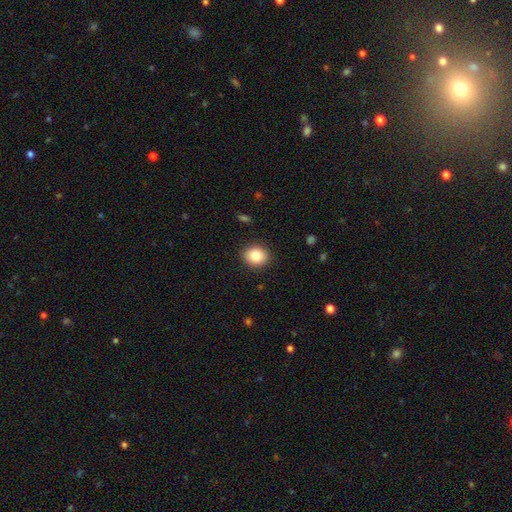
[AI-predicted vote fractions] smooth 84%, star or artifact 9%, featured or disk 7%. Down the decision tree: how rounded — round (72%); merging — none (90%).